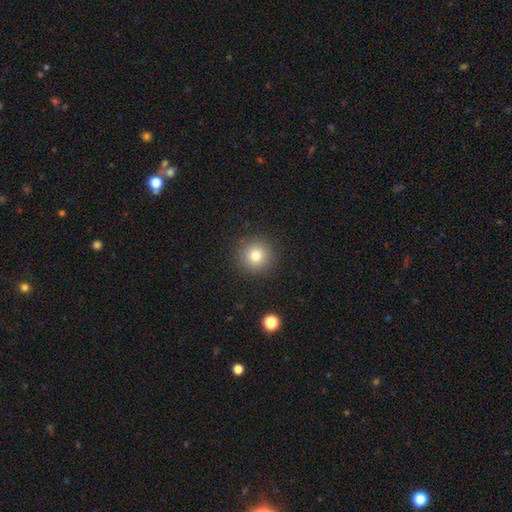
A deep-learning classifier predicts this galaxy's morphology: Smooth or featured? smooth (79%)
How rounded? round (95%)
Merging? none (91%)